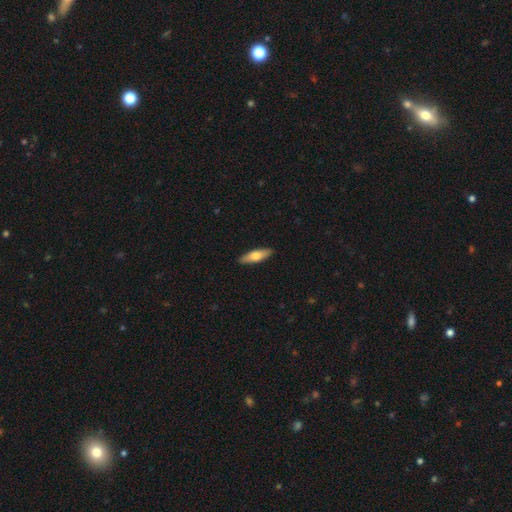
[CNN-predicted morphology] The model was most divided on "how rounded": cigar-shaped: 49%, in between: 48%, round: 2%. More confident: merging — none (91%); smooth or featured — smooth (67%).